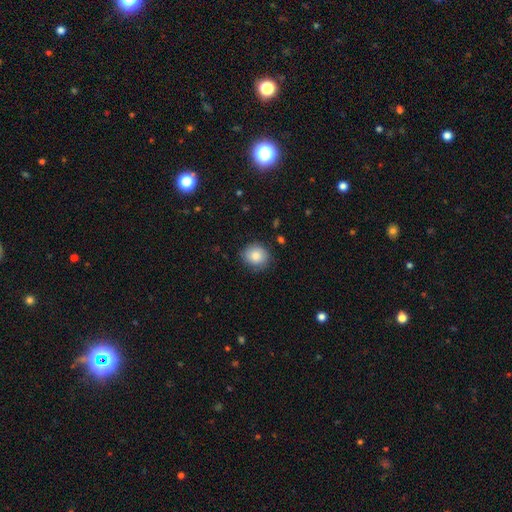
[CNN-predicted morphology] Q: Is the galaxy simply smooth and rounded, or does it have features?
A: smooth — 83%.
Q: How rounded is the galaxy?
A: round — 83%.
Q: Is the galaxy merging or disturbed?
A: none — 80%.